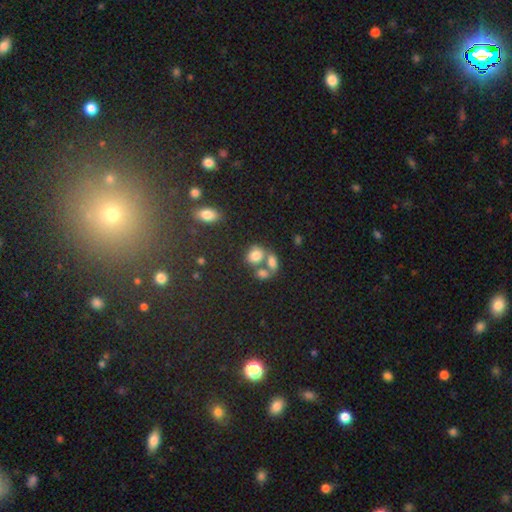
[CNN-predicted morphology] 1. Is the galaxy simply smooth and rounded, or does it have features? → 74% smooth, 13% featured or disk, 13% star or artifact.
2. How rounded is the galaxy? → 55% in between, 44% round, 2% cigar-shaped.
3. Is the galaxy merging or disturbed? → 50% merger, 33% none, 11% minor disturbance, 7% major disturbance.